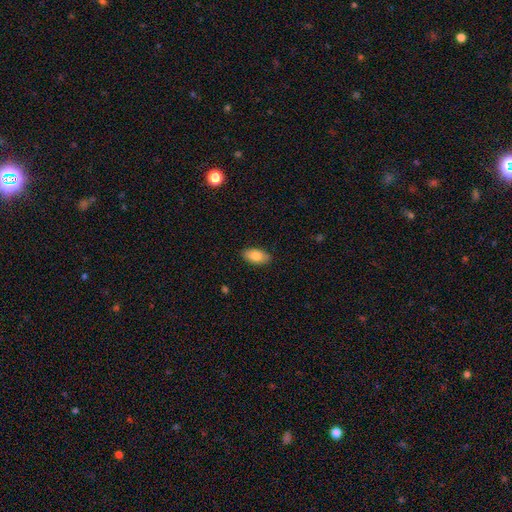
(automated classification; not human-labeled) The model was most divided on "smooth or featured": smooth: 82%, featured or disk: 11%, star or artifact: 7%. More confident: how rounded — in between (93%); merging — none (88%).